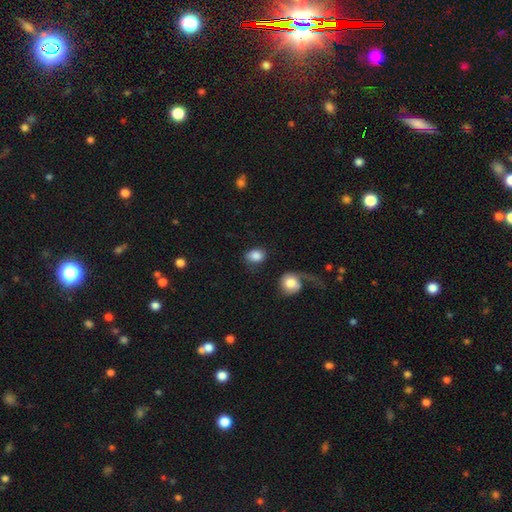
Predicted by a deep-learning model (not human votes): smooth 83%, featured or disk 9%, star or artifact 8%. Down the decision tree: how rounded — in between (58%); merging — none (63%).